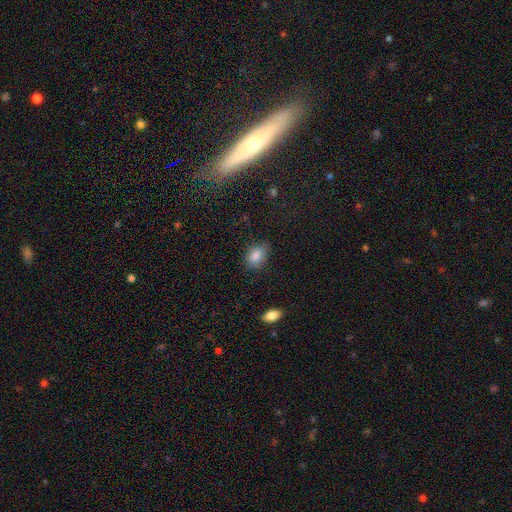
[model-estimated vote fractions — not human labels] The model was most divided on "merging": none: 77%, minor disturbance: 18%, major disturbance: 3%, merger: 1%. More confident: smooth or featured — smooth (84%); how rounded — in between (82%).